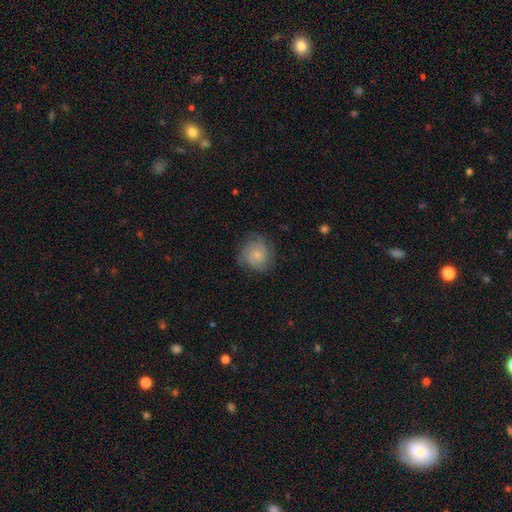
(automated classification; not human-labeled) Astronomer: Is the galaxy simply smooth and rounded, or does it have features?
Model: featured or disk — 53% (runner-up: smooth, 39%).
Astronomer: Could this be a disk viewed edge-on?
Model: no — 98%.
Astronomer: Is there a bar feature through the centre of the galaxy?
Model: no — 75%.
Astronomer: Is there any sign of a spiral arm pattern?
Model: yes — 89%.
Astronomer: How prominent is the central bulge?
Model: small — 64%.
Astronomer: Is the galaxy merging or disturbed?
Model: none — 72%.